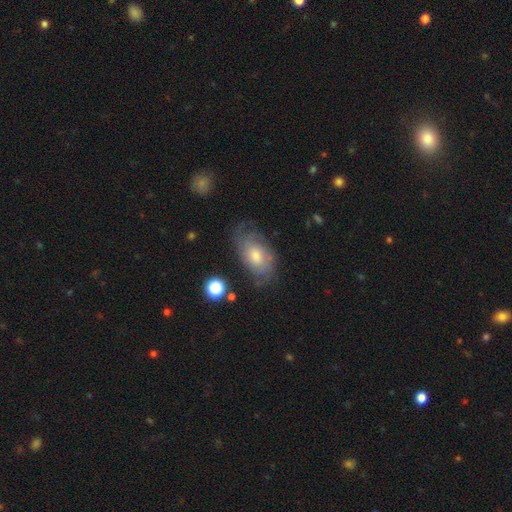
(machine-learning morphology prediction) This is possibly a featured or disk galaxy (56%). It is clearly not viewed edge-on (94%). Bar: likely no (76%). Spiral arm pattern: clearly yes (81%). Central bulge: possibly moderate (57%). Merging: likely none (63%).